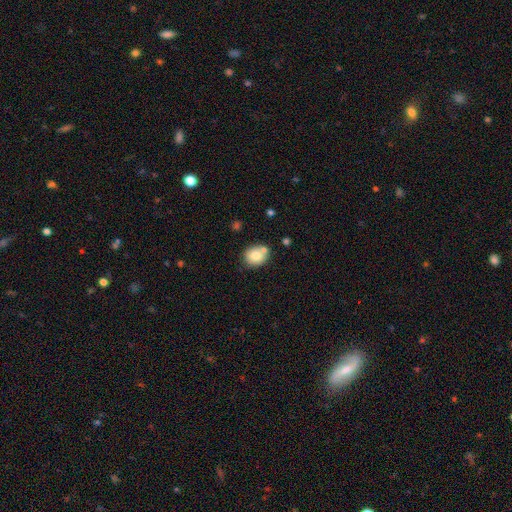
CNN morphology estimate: Smooth or featured? Predicted: smooth (p=0.78). How rounded? Predicted: round (p=0.69). Merging? Predicted: none (p=0.62).